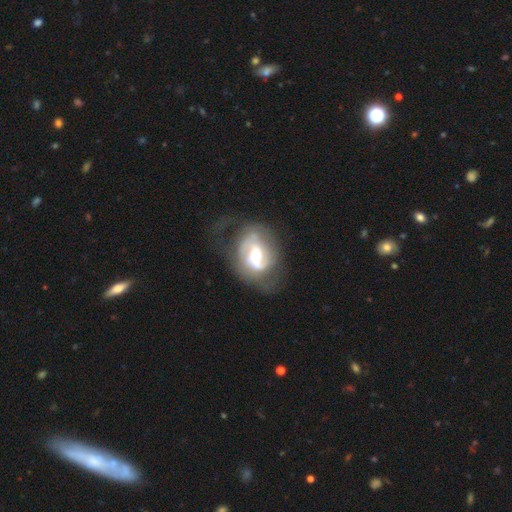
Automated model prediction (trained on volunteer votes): Morphology: type=featured or disk (78%); edge-on=no (97%); bar=weak (46%); spiral arms=yes (84%); winding=medium (42%); arm count=2 (67%); bulge=moderate (63%); merging=none (46%).